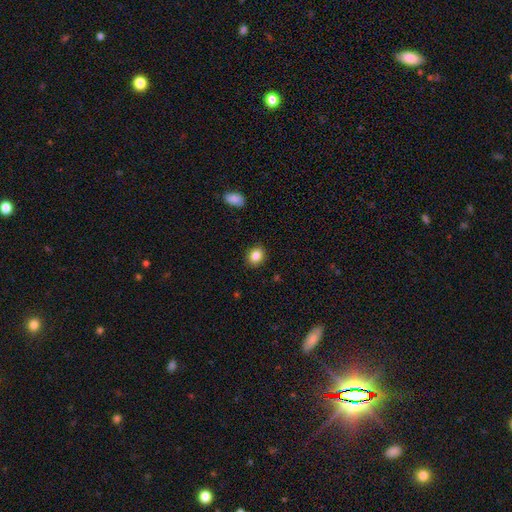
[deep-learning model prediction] This is clearly a smooth galaxy (86%). How rounded: possibly round (56%). Merging: clearly none (89%).